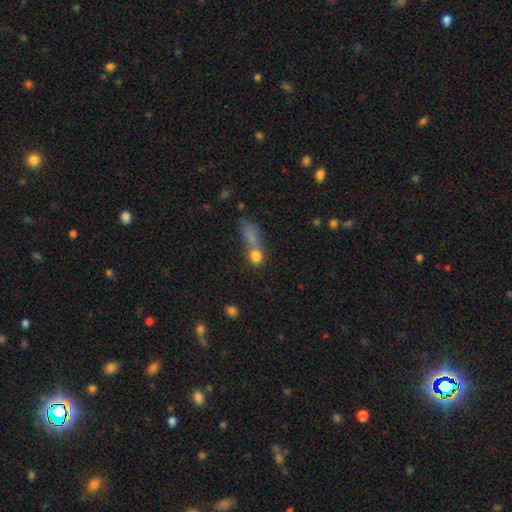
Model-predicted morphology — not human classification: Smooth or featured? Predicted: smooth (p=0.75). How rounded? Predicted: round (p=0.61). Merging? Predicted: merger (p=0.42).